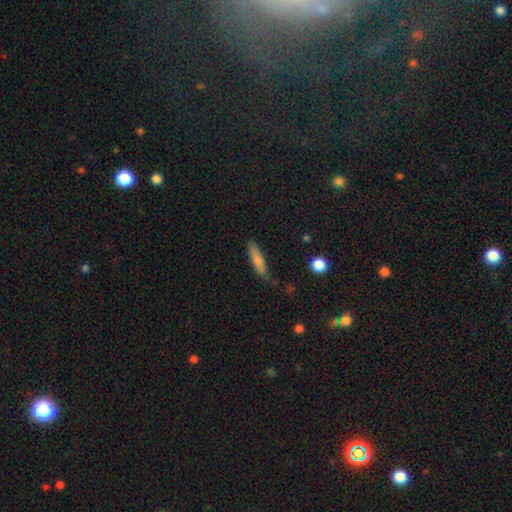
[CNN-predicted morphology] This is likely a smooth galaxy (75%). How rounded: clearly cigar-shaped (81%). Merging: likely none (69%).